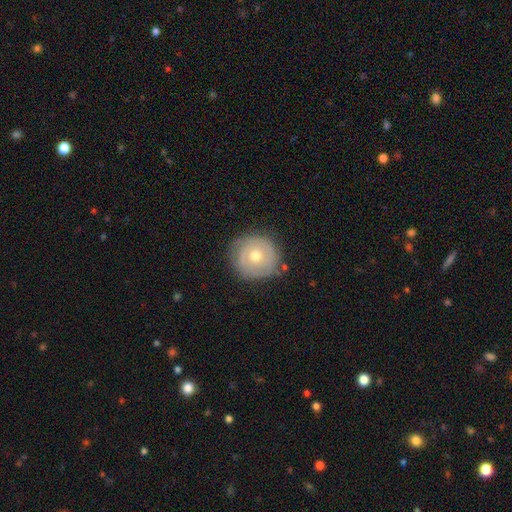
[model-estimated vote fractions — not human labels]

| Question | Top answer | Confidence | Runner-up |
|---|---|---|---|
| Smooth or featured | featured or disk | 57% | smooth (36%) |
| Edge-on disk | no | 97% | yes (3%) |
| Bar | no | 83% | weak (14%) |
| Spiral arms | yes | 65% | no (35%) |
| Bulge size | moderate | 73% | small (22%) |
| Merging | none | 80% | minor disturbance (14%) |